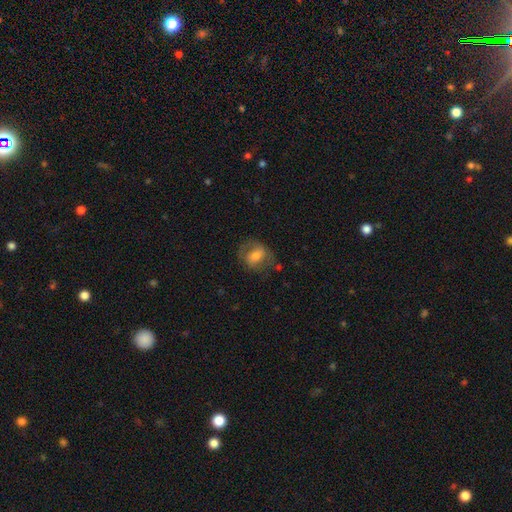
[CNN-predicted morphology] Smooth or featured: smooth — 54% (featured or disk — 37%)
How rounded: in between — 57% (round — 41%)
Merging: none — 59% (minor disturbance — 22%)